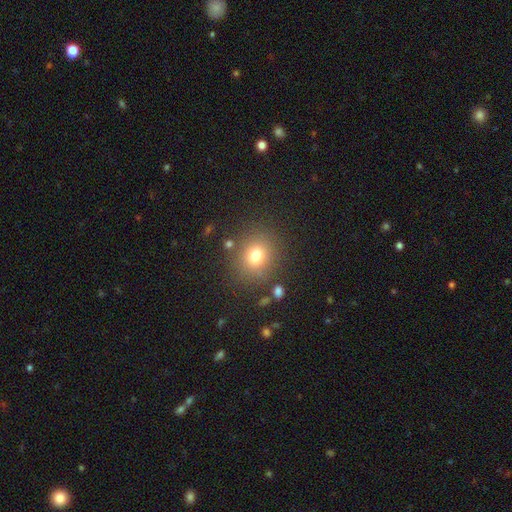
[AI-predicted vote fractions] Smooth or featured: smooth — 75% (star or artifact — 15%)
How rounded: round — 81% (in between — 18%)
Merging: none — 82% (minor disturbance — 10%)